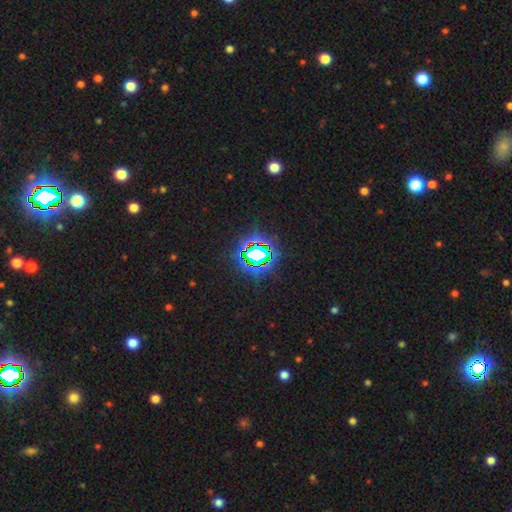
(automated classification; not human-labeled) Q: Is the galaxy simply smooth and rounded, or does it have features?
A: star or artifact — 75%.